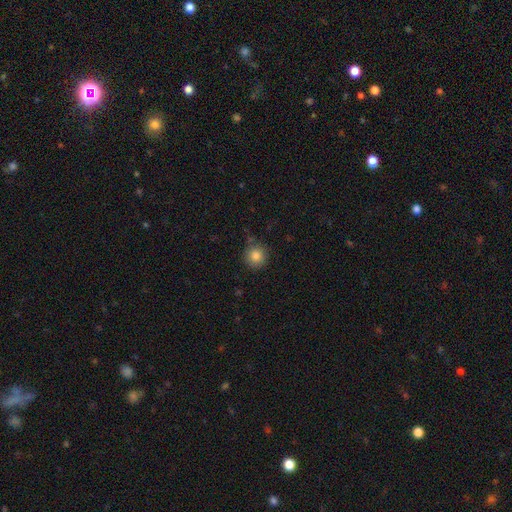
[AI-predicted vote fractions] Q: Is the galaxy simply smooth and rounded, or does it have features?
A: smooth — 84%.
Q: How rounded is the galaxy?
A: round — 94%.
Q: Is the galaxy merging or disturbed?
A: none — 85%.